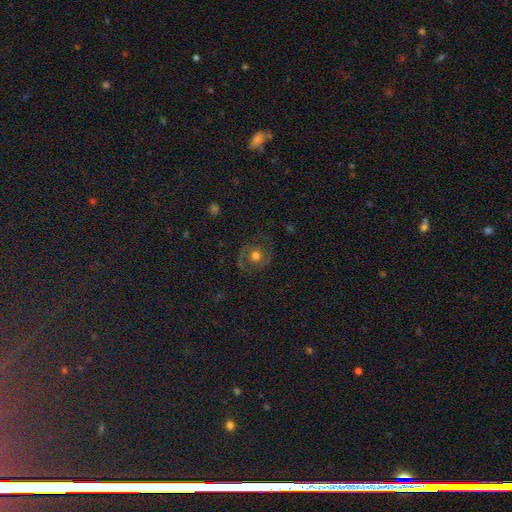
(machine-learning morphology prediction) Smooth or featured?
  - featured or disk: 45% *
  - smooth: 43%
  - star or artifact: 12%
Merging?
  - none: 77% *
  - minor disturbance: 13%
  - major disturbance: 8%
  - merger: 1%